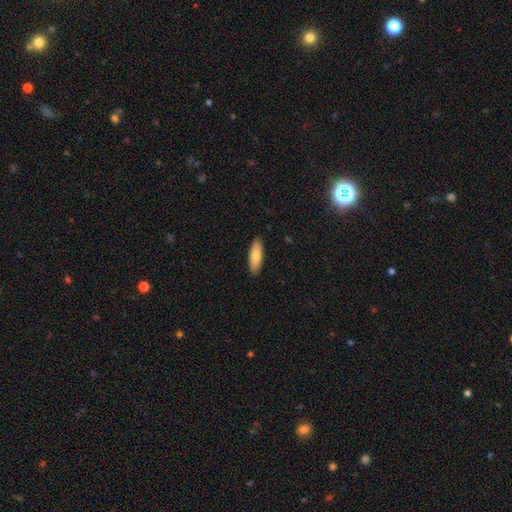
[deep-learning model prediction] A smooth galaxy with no disk features (81%) that is in between round and cigar-shaped (58%).

Vote fractions:
- Smooth or featured? smooth: 81% / featured or disk: 14% / star or artifact: 5%
- How rounded? in between: 58% / cigar-shaped: 40% / round: 2%
- Merging? none: 89% / minor disturbance: 9% / major disturbance: 2% / merger: 1%